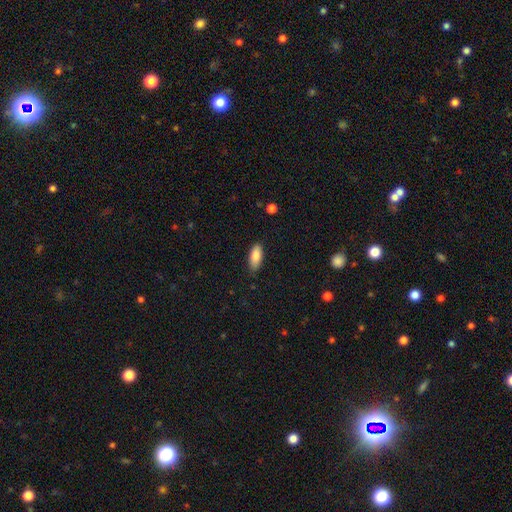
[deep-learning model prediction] smooth 86%, featured or disk 8%, star or artifact 6%. Down the decision tree: how rounded — in between (83%); merging — none (83%).